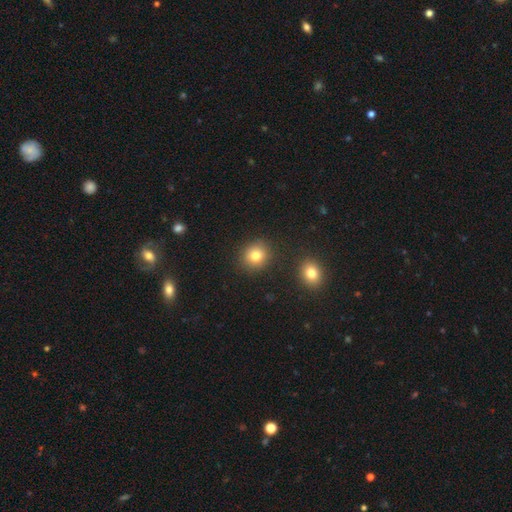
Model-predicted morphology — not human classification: Smooth or featured? Predicted: smooth (p=0.80). How rounded? Predicted: round (p=0.85). Merging? Predicted: none (p=0.87).